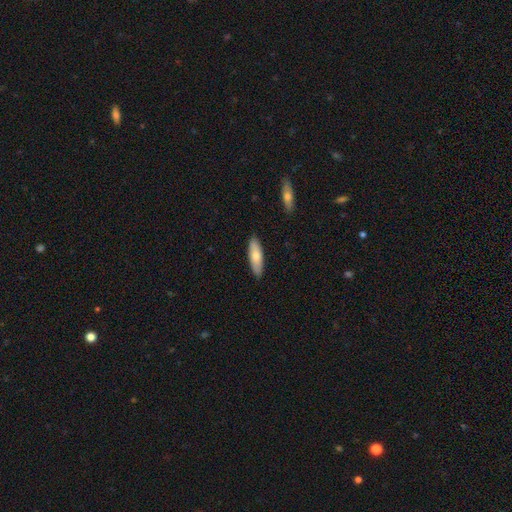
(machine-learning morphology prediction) The model was most divided on "how rounded": in between: 50%, cigar-shaped: 48%, round: 2%. More confident: merging — none (89%); smooth or featured — smooth (72%).